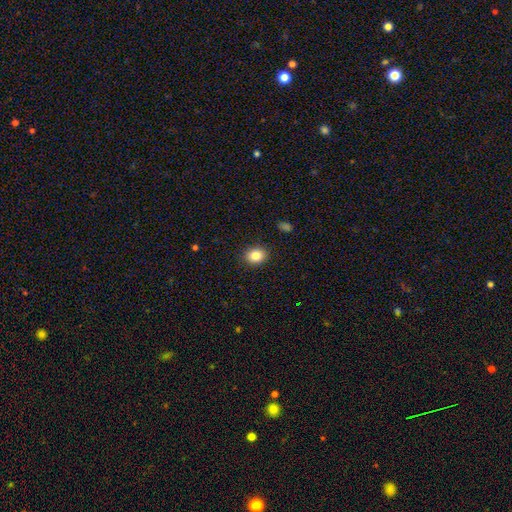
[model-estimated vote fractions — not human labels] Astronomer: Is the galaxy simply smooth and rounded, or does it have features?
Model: smooth — 84%.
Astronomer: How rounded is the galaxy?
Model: round — 59% (runner-up: in between, 40%).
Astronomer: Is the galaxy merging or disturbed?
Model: none — 90%.